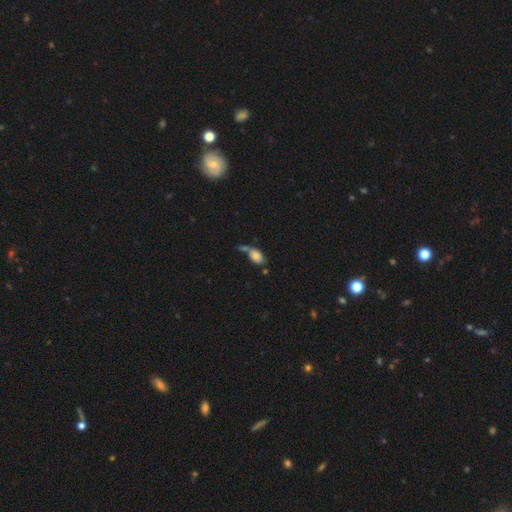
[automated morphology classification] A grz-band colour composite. It shows a smooth galaxy with no disk features (80%) that is in between round and cigar-shaped (91%). Merging: none (40%).